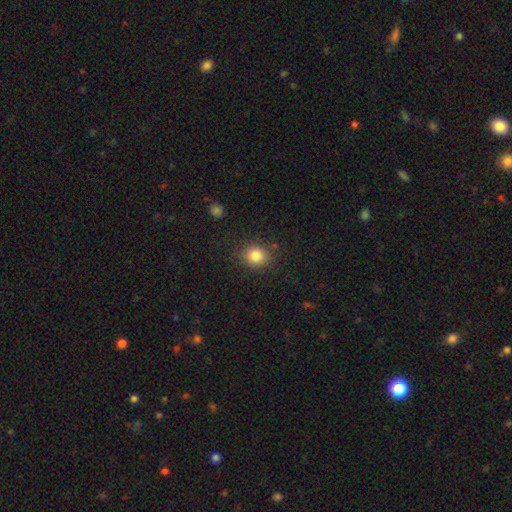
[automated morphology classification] smooth 83%, star or artifact 11%, featured or disk 6%. Down the decision tree: how rounded — round (75%); merging — none (86%).